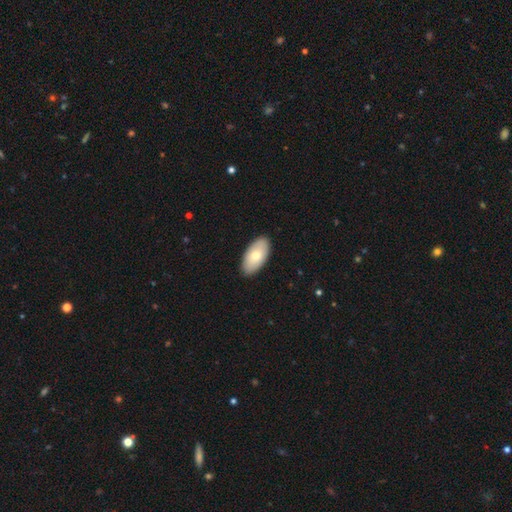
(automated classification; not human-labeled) Morphology: type=smooth (73%); roundness=in between (95%); merging=none (89%).